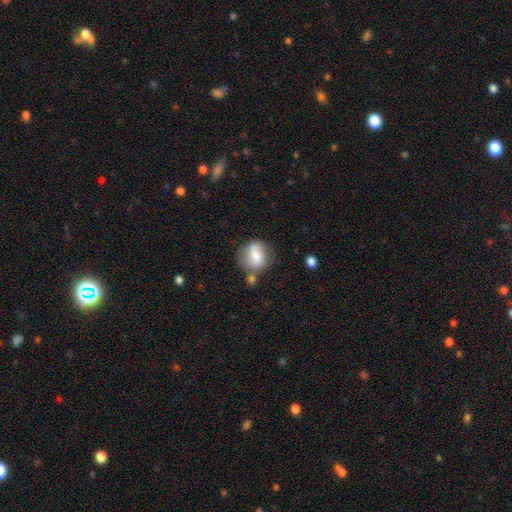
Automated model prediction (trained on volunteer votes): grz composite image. It shows a smooth galaxy with no disk features (62%) that is round (75%). Merging: none (64%).